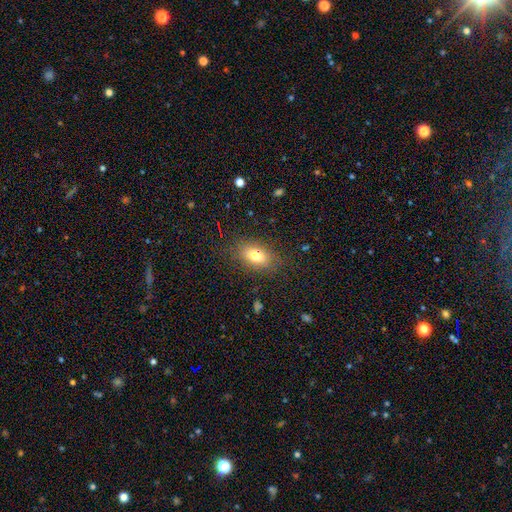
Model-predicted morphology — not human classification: Smooth or featured?
  - smooth: 75% *
  - featured or disk: 13%
  - star or artifact: 12%
How rounded?
  - in between: 83% *
  - round: 11%
  - cigar-shaped: 5%
Merging?
  - none: 81% *
  - minor disturbance: 12%
  - major disturbance: 5%
  - merger: 2%